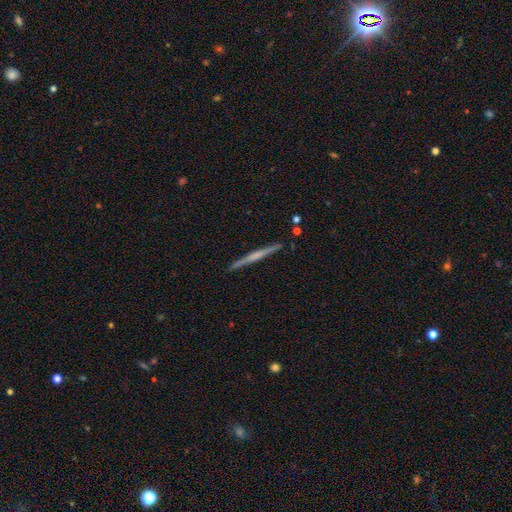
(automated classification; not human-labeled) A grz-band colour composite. It shows a featured or disk galaxy (60%) viewed edge-on (98%) with no central bulge (62%). Merging: none (91%).